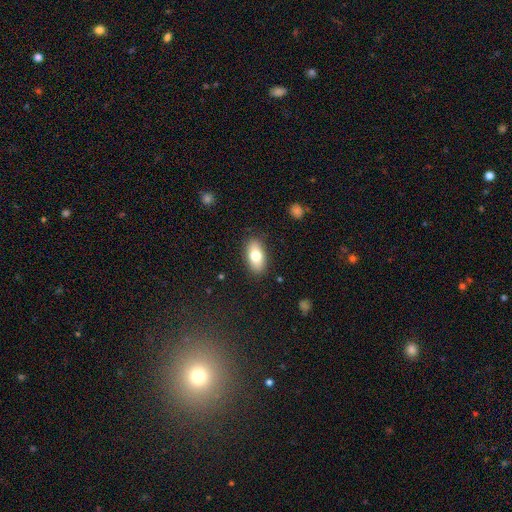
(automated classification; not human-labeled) smooth 76%, featured or disk 17%, star or artifact 7%. Down the decision tree: how rounded — in between (90%); merging — none (87%).